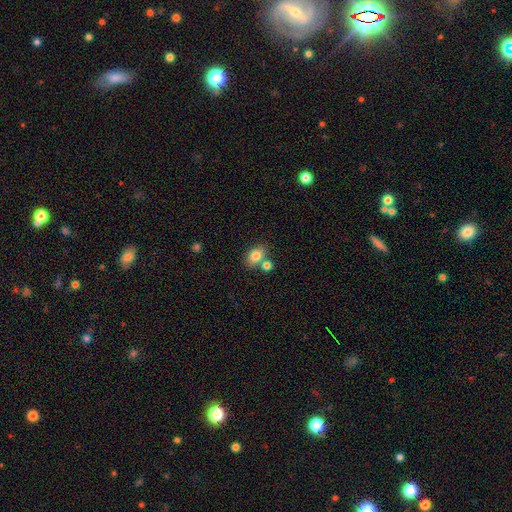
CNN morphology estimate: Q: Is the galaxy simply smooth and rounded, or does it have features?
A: smooth — 82%.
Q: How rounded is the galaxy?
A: in between — 72%.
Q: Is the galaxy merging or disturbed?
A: none — 60%.